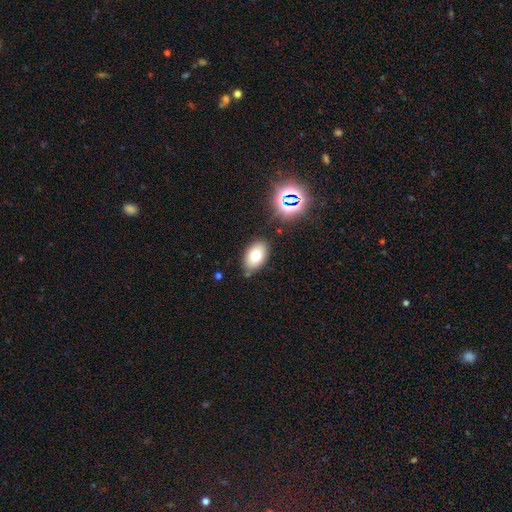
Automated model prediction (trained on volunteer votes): This is likely a smooth galaxy (74%). How rounded: clearly in between (89%). Merging: clearly none (81%).